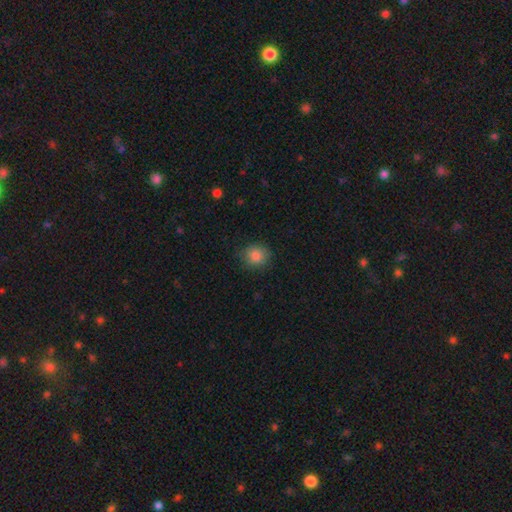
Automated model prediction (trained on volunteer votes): smooth 84%, star or artifact 10%, featured or disk 6%. Down the decision tree: how rounded — round (83%); merging — none (83%).